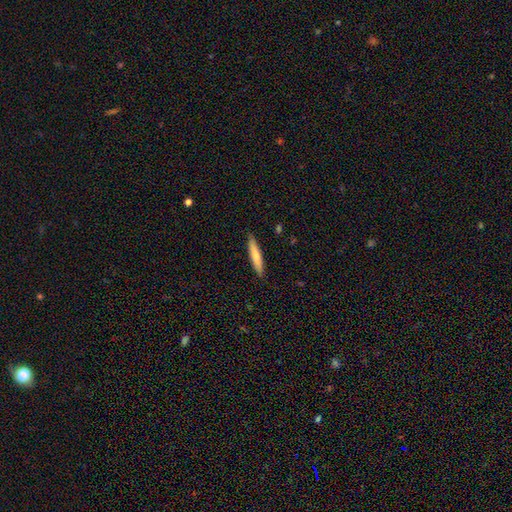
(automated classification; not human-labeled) Q: Smooth or featured?
A: smooth (74%); runner-up: featured or disk (20%)
Q: How rounded?
A: cigar-shaped (90%); runner-up: in between (9%)
Q: Merging?
A: none (89%); runner-up: minor disturbance (8%)